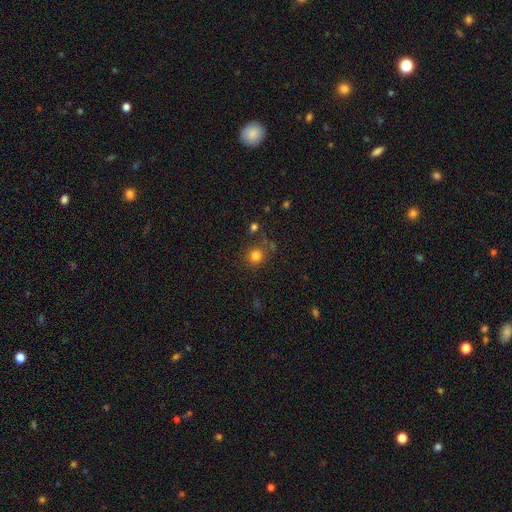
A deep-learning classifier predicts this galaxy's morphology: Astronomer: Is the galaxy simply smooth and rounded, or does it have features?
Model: smooth — 80%.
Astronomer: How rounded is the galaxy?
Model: round — 88%.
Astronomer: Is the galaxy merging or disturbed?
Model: none — 77%.